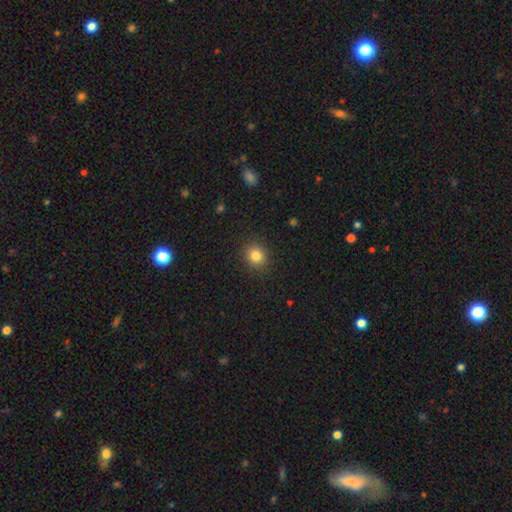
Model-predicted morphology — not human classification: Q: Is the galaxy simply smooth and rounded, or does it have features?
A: smooth — 83%.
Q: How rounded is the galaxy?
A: round — 80%.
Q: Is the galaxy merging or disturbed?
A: none — 90%.